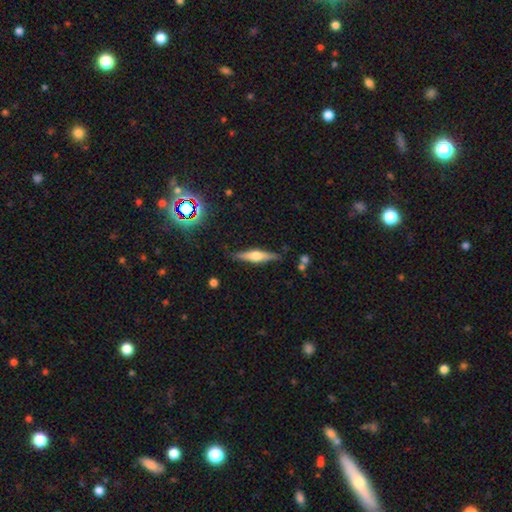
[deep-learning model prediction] This is possibly a featured or disk galaxy (59%). It is clearly viewed edge-on (95%). Edge-on bulge: clearly rounded (89%). Merging: clearly none (86%).